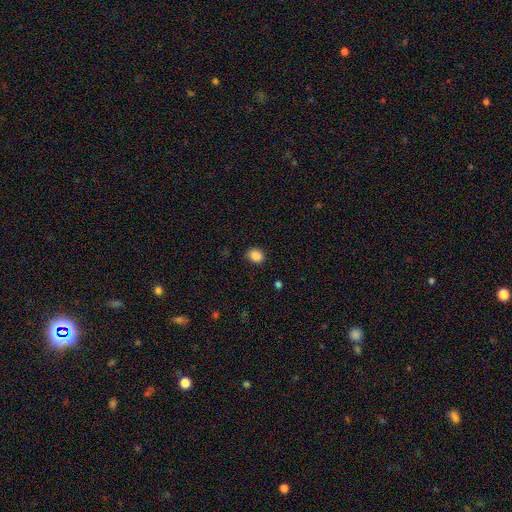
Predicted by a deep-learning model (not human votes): The model was most divided on "how rounded": round: 56%, in between: 43%, cigar-shaped: 1%. More confident: smooth or featured — smooth (87%); merging — none (86%).